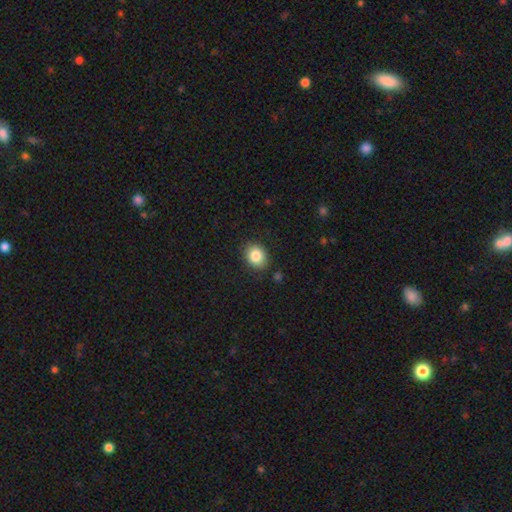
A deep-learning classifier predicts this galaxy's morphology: type=smooth (84%); roundness=round (56%); merging=none (86%).